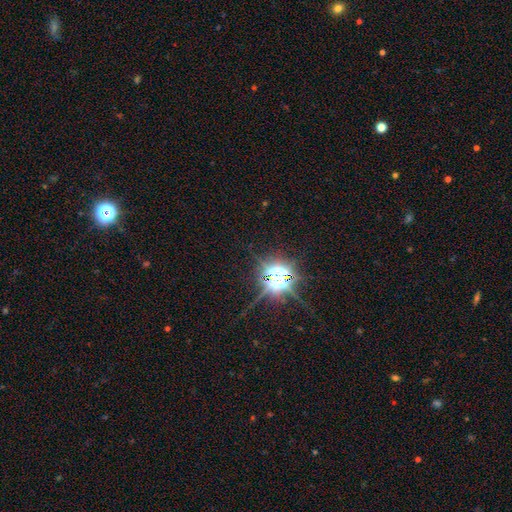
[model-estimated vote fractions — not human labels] A star or artifact, not a galaxy (83%).